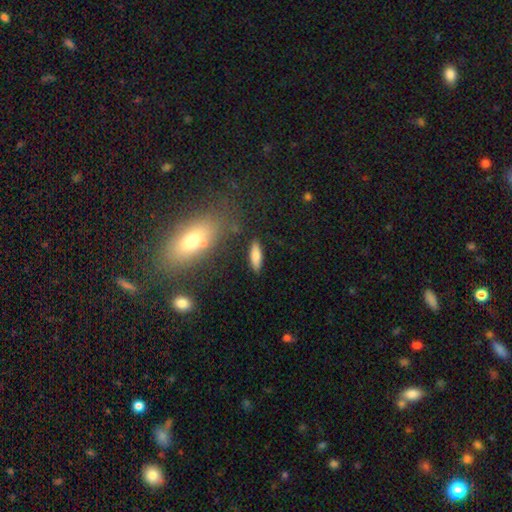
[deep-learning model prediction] This appears to be a smooth galaxy with no disk features (80%) that is in between round and cigar-shaped (51%). Merging: none (84%).